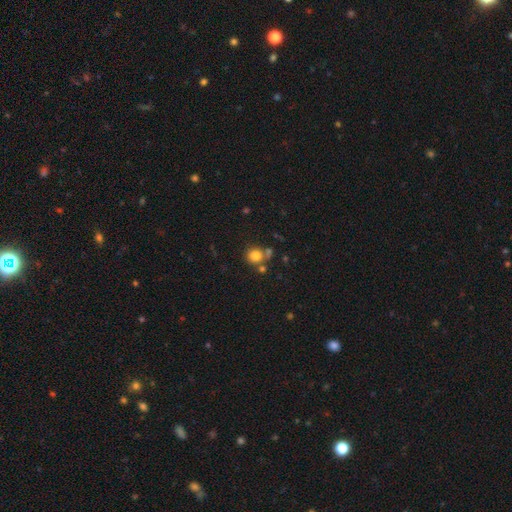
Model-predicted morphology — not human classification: A smooth galaxy with no disk features (81%) that is round (87%). Merging: none (66%).